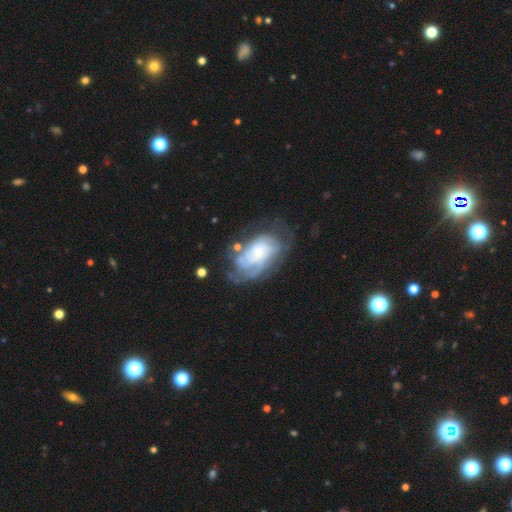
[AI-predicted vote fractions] Smooth or featured? Predicted: featured or disk (p=0.74). Edge-on disk? Predicted: no (p=0.95). Bar? Predicted: no (p=0.74). Spiral arms? Predicted: yes (p=0.86). Spiral winding? Predicted: tight (p=0.63). Spiral arm count? Predicted: can't tell (p=0.53). Bulge size? Predicted: small (p=0.59). Merging? Predicted: none (p=0.59).